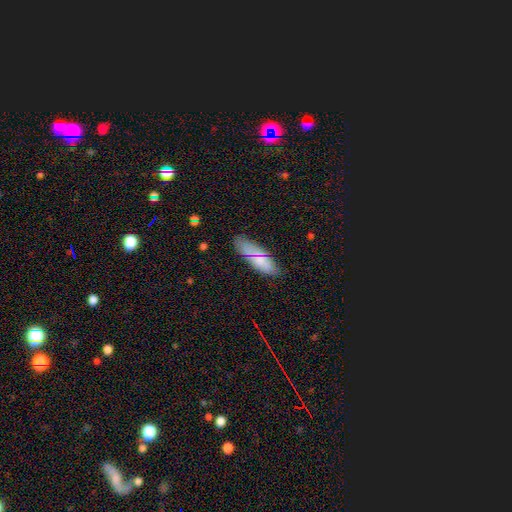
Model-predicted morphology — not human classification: Q: Smooth or featured?
A: smooth (61%); runner-up: featured or disk (24%)
Q: How rounded?
A: in between (48%); tied with: cigar-shaped (48%)
Q: Merging?
A: none (77%); runner-up: minor disturbance (15%)